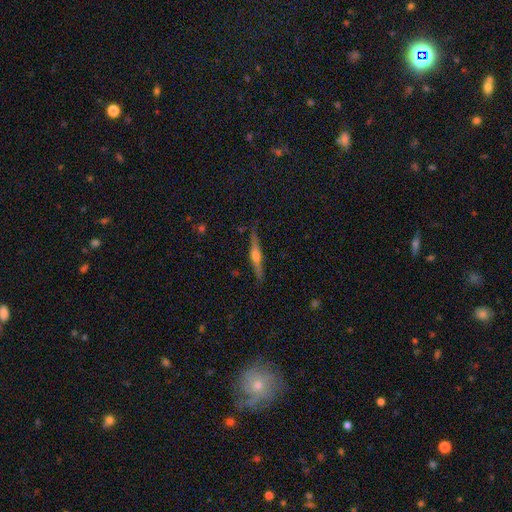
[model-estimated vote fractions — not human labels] Smooth or featured? Predicted: featured or disk (p=0.67). Edge-on disk? Predicted: yes (p=0.96). Edge-on bulge? Predicted: rounded (p=0.86). Merging? Predicted: none (p=0.84).